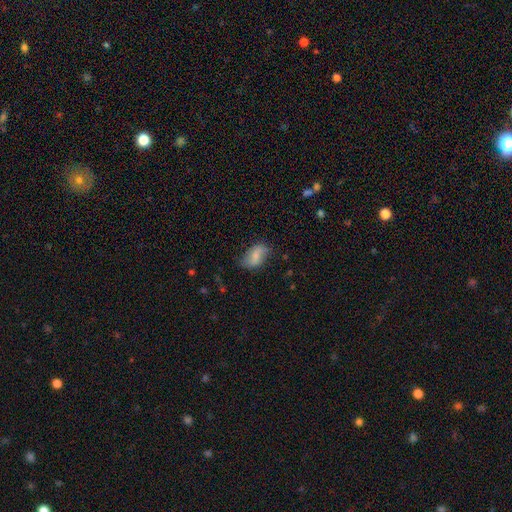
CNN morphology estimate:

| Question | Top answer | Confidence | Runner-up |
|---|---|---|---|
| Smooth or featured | smooth | 63% | featured or disk (30%) |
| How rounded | in between | 90% | round (8%) |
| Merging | none | 67% | minor disturbance (24%) |